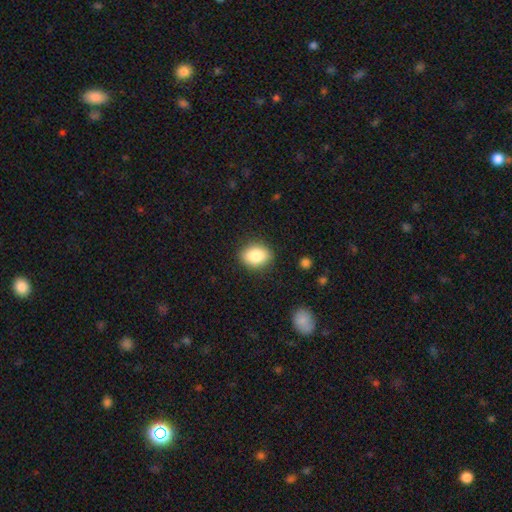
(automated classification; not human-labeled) smooth-or-featured: smooth: 83% | star or artifact: 9% | featured or disk: 8%
  how-rounded: in between: 56% | round: 43% | cigar-shaped: 1%
  merging: none: 87% | minor disturbance: 10% | major disturbance: 2% | merger: 1%